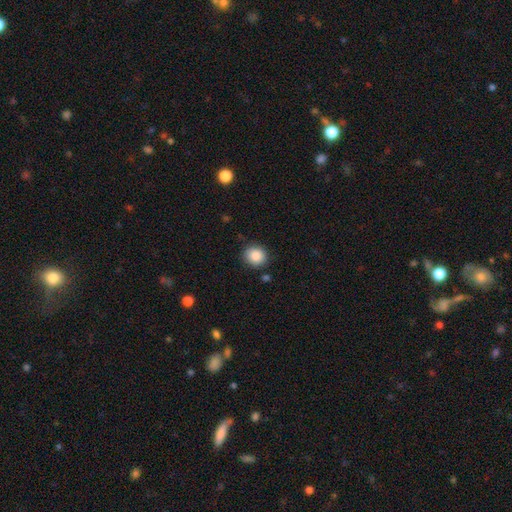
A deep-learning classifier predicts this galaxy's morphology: Smooth or featured? smooth (87%)
How rounded? round (85%)
Merging? none (87%)